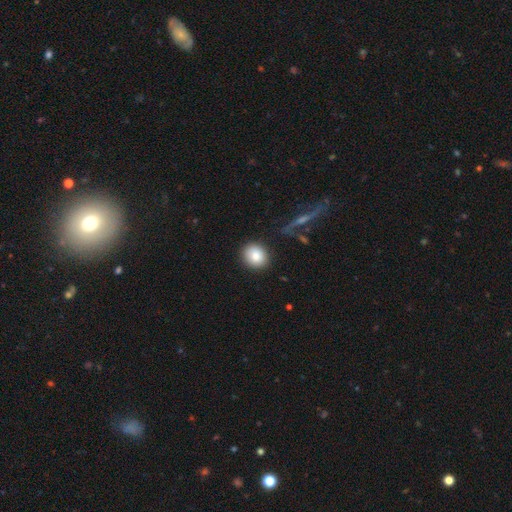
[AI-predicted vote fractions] This appears to be a smooth galaxy with no disk features (83%) that is round (79%). Merging: none (87%).